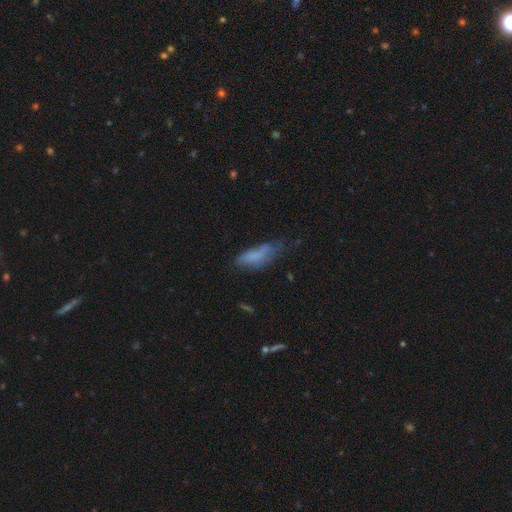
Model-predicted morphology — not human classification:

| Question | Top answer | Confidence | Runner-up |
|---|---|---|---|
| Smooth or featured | smooth | 71% | featured or disk (19%) |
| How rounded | in between | 59% | cigar-shaped (39%) |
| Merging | none | 40% | minor disturbance (35%) |